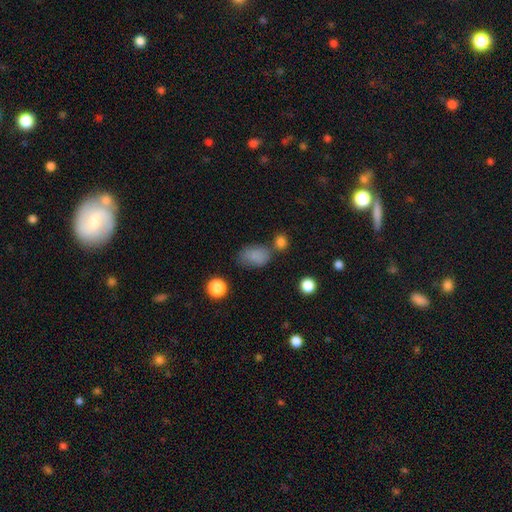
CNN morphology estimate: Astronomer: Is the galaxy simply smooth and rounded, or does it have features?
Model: smooth — 81%.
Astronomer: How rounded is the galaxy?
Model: in between — 85%.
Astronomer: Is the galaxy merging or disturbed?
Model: none — 54%.